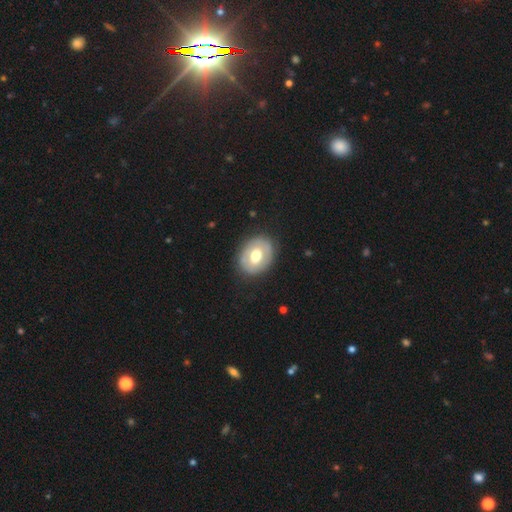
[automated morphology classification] A smooth galaxy with no disk features (52%) that is in between round and cigar-shaped (56%).

Vote fractions:
- Smooth or featured? smooth: 52% / featured or disk: 42% / star or artifact: 6%
- How rounded? in between: 56% / round: 43% / cigar-shaped: 1%
- Merging? none: 83% / minor disturbance: 12% / major disturbance: 4% / merger: 1%